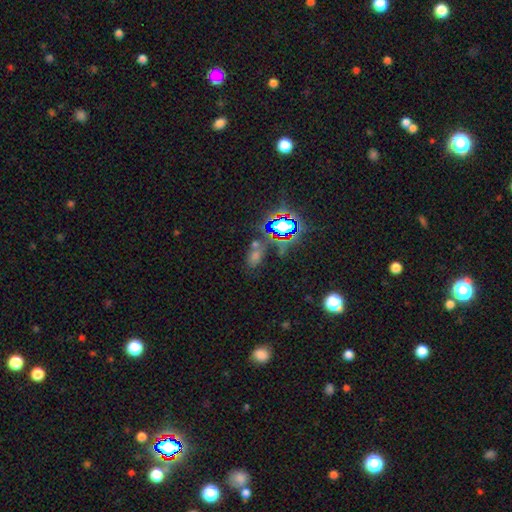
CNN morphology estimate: The model was most divided on "smooth or featured": star or artifact: 51%, smooth: 38%, featured or disk: 10%.